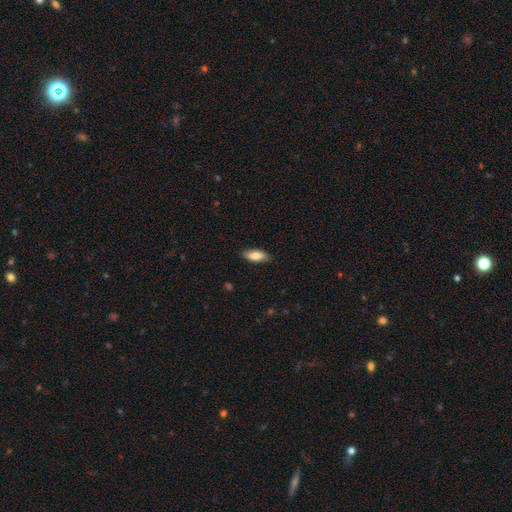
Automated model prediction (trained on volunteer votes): Overall: smooth (82%). How rounded: in between (82%). Merging: none (85%).